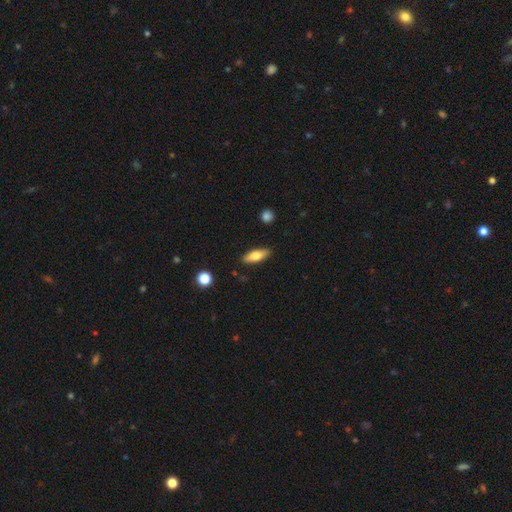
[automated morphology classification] A smooth galaxy with no disk features (70%) that is in between round and cigar-shaped (62%). Merging: none (86%).